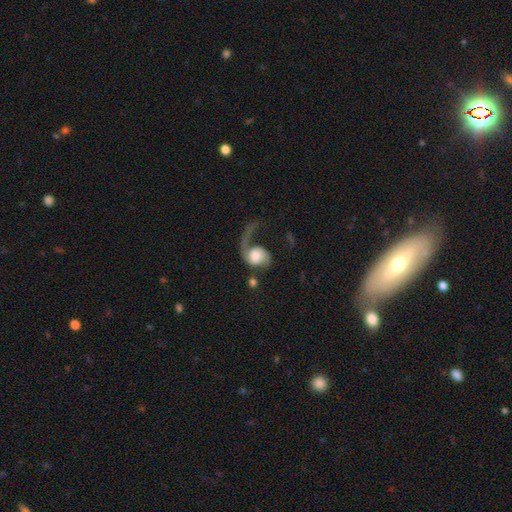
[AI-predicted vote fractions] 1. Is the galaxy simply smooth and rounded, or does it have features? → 70% featured or disk, 23% smooth, 7% star or artifact.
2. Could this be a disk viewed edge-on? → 98% no, 2% yes.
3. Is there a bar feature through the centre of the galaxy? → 72% no, 23% weak, 5% strong.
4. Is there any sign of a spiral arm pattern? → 93% yes, 7% no.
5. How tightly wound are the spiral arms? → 74% loose, 20% medium, 6% tight.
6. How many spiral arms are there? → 68% 1, 27% 2, 2% can't tell, 1% 3, 1% 4, 1% more than 4.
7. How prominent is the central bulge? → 40% large, 23% moderate, 18% dominant, 11% small, 9% none.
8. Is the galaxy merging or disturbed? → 47% major disturbance, 32% none, 14% minor disturbance, 7% merger.